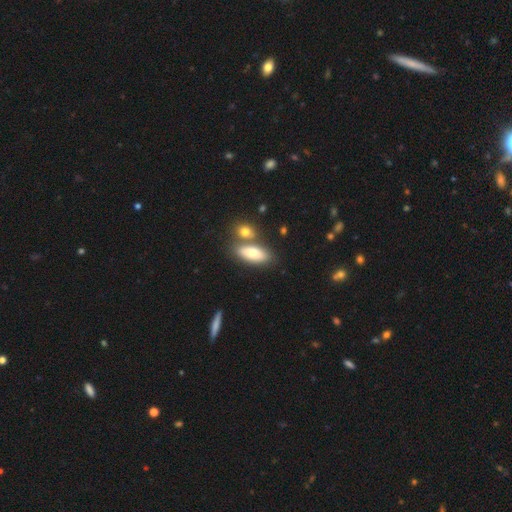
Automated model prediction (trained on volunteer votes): Overall: smooth (67%). How rounded: in between (76%). Merging: none (60%; merger 26%).